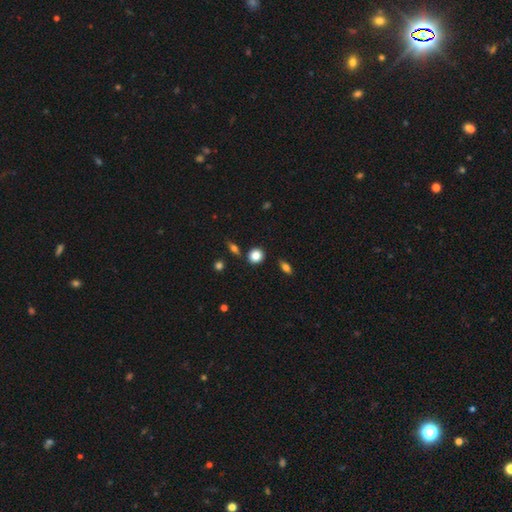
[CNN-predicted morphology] Smooth or featured? smooth (83%)
How rounded? round (78%)
Merging? none (83%)